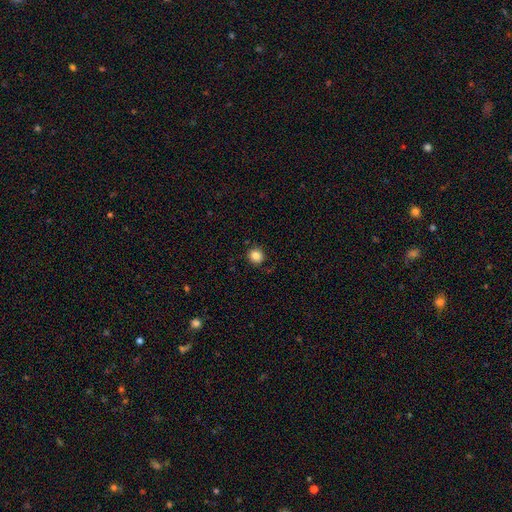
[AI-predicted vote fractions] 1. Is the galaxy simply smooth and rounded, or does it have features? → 84% smooth, 11% star or artifact, 5% featured or disk.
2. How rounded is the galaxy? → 90% round, 9% in between, 1% cigar-shaped.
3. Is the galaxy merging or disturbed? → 89% none, 8% minor disturbance, 2% major disturbance, 1% merger.